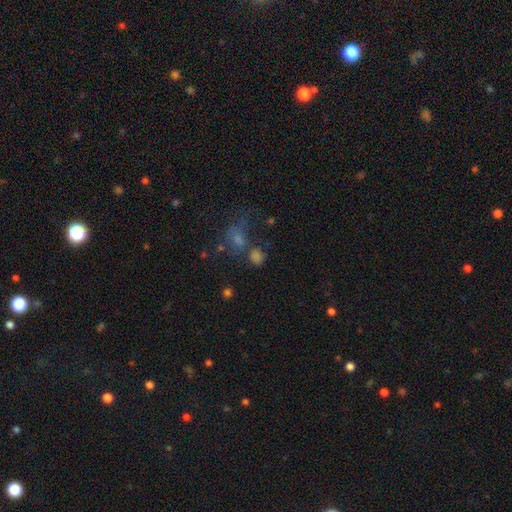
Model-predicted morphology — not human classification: Smooth or featured? Predicted: smooth (p=0.58). How rounded? Predicted: round (p=0.50). Merging? Predicted: none (p=0.43).